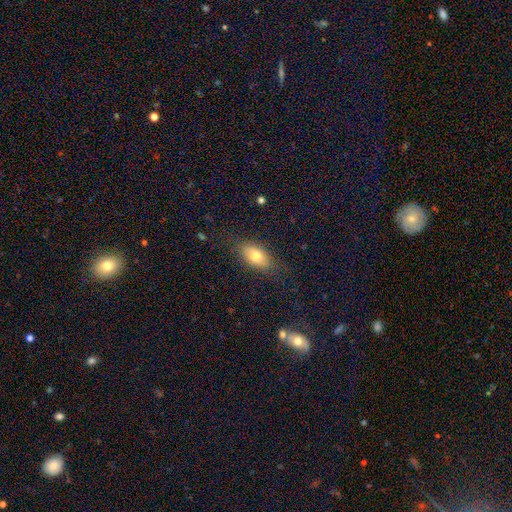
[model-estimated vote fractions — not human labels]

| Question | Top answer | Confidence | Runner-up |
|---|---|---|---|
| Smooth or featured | smooth | 74% | featured or disk (19%) |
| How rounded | in between | 86% | cigar-shaped (8%) |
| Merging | none | 82% | minor disturbance (13%) |